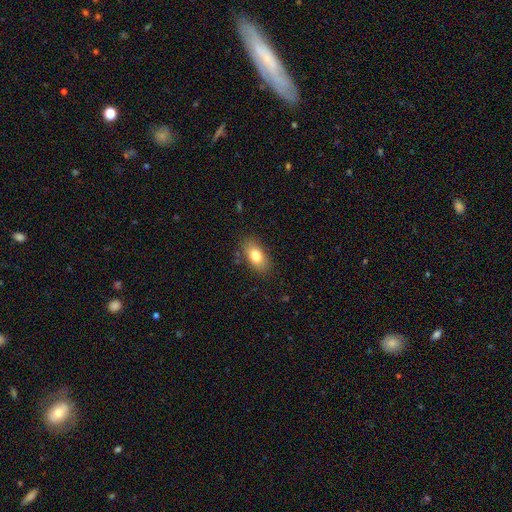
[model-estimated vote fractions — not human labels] Q: Smooth or featured?
A: smooth (80%); runner-up: featured or disk (12%)
Q: How rounded?
A: in between (89%); runner-up: round (7%)
Q: Merging?
A: none (84%); runner-up: minor disturbance (12%)